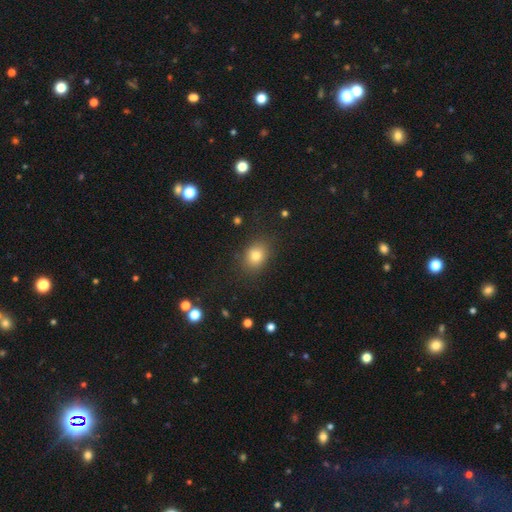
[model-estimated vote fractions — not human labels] This is likely a smooth galaxy (79%). How rounded: possibly in between (54%). Merging: clearly none (82%).